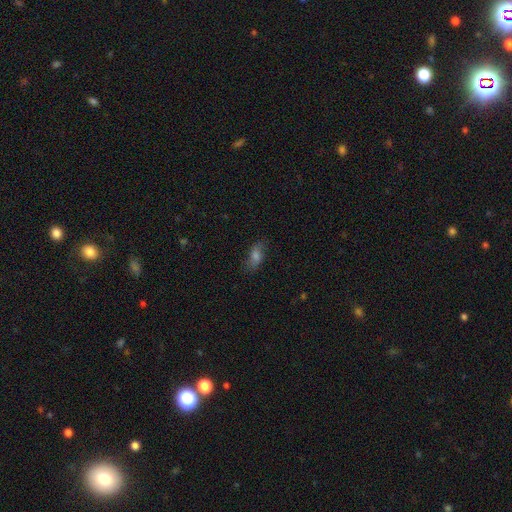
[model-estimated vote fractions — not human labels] A smooth galaxy with no disk features (61%) that is in between round and cigar-shaped (77%).

Vote fractions:
- Smooth or featured? smooth: 61% / featured or disk: 24% / star or artifact: 15%
- How rounded? in between: 77% / cigar-shaped: 15% / round: 8%
- Merging? none: 78% / minor disturbance: 16% / major disturbance: 5% / merger: 1%